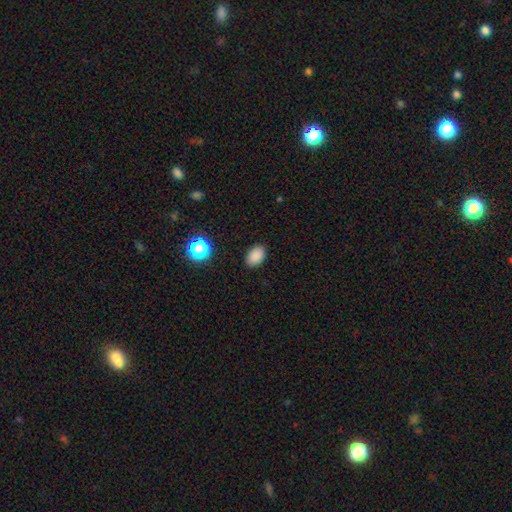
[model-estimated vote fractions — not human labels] Overall: smooth (86%). How rounded: in between (84%). Merging: none (87%).